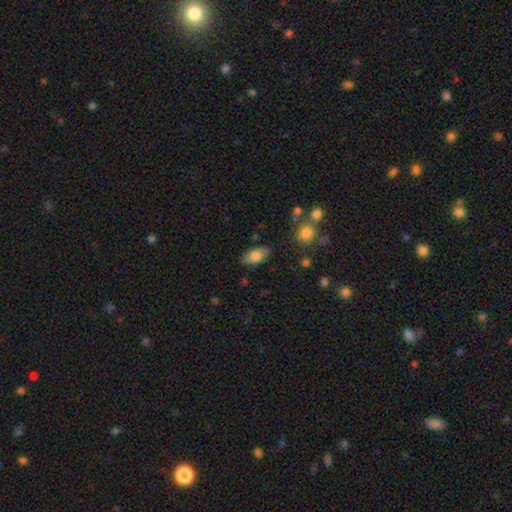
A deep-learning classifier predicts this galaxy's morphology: type=smooth (78%); roundness=in between (89%); merging=none (79%).